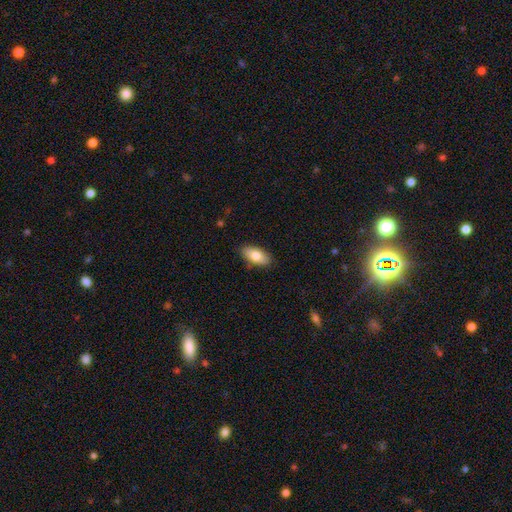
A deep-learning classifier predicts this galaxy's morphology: This appears to be a smooth galaxy with no disk features (80%) that is in between round and cigar-shaped (90%). Merging: none (86%).